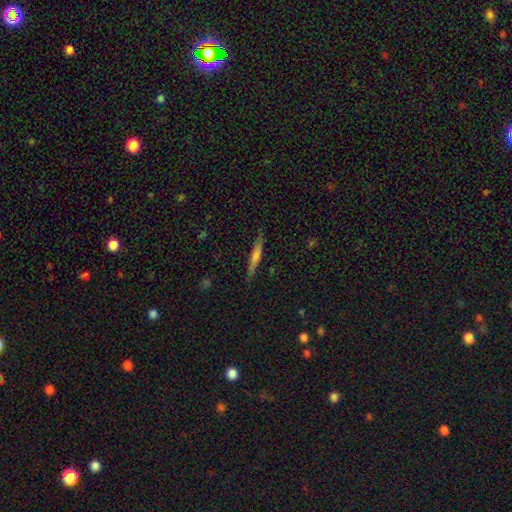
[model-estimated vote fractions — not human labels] Smooth or featured: smooth — 57% (featured or disk — 36%)
How rounded: cigar-shaped — 94% (in between — 4%)
Merging: none — 87% (minor disturbance — 10%)